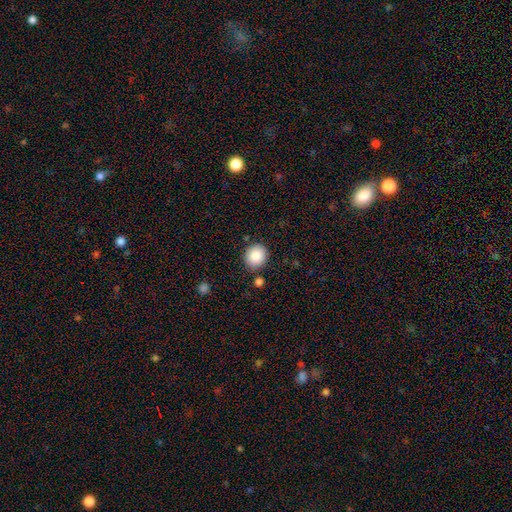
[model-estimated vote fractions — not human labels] This is clearly a smooth galaxy (87%). How rounded: clearly round (83%). Merging: clearly none (85%).